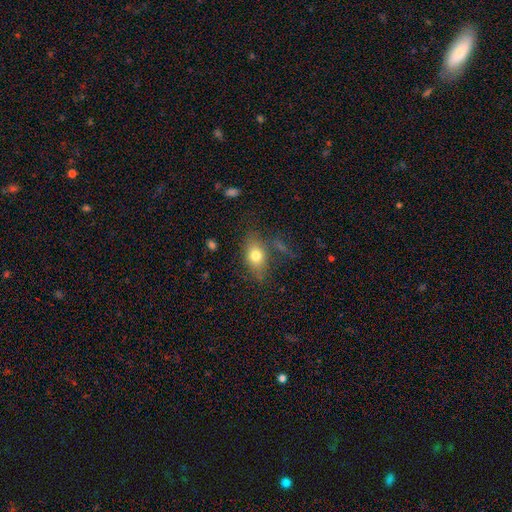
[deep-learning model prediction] This appears to be a smooth galaxy with no disk features (75%) that is in between round and cigar-shaped (78%). Merging: none (69%).